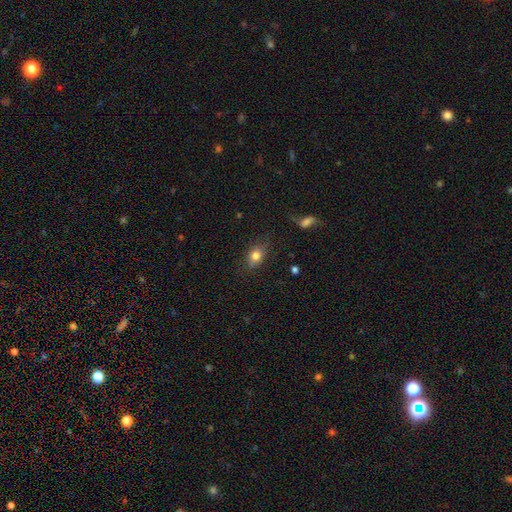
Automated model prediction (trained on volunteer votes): smooth-or-featured: smooth: 78% | featured or disk: 12% | star or artifact: 10%
  how-rounded: in between: 70% | round: 27% | cigar-shaped: 3%
  merging: none: 75% | minor disturbance: 17% | major disturbance: 6% | merger: 2%